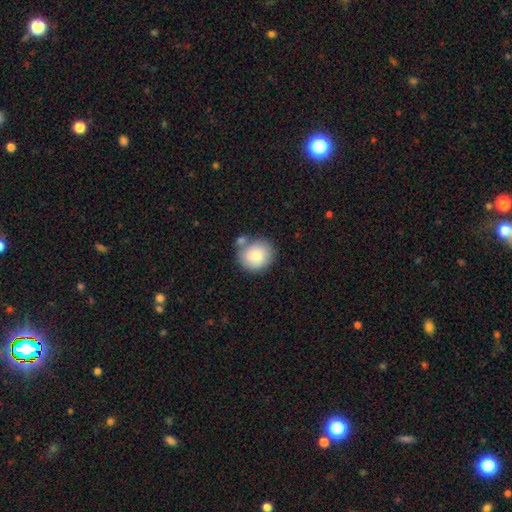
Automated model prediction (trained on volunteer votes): Q: Smooth or featured?
A: smooth (81%); runner-up: featured or disk (12%)
Q: How rounded?
A: round (84%); runner-up: in between (15%)
Q: Merging?
A: none (62%); runner-up: merger (19%)